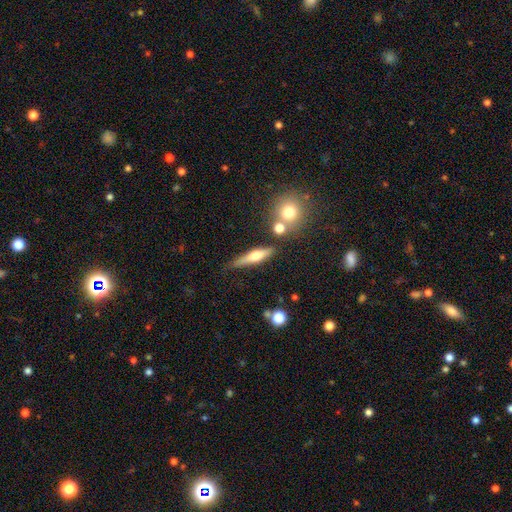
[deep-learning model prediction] Morphology: type=featured or disk (50%); merging=none (73%).